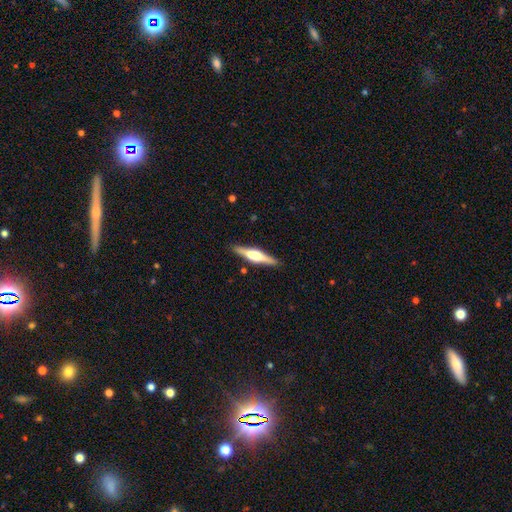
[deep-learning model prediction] The model was most divided on "smooth or featured": featured or disk: 68%, smooth: 26%, star or artifact: 6%. More confident: edge-on disk — yes (97%); merging — none (89%); edge-on bulge — rounded (86%).